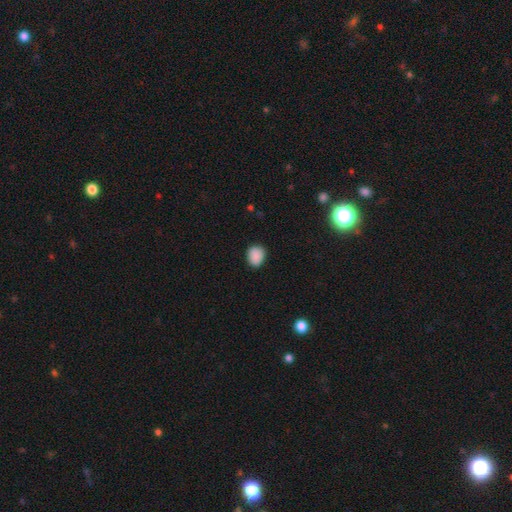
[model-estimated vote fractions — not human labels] smooth-or-featured: smooth: 89% | star or artifact: 8% | featured or disk: 3%
  how-rounded: round: 54% | in between: 45% | cigar-shaped: 1%
  merging: none: 83% | minor disturbance: 13% | major disturbance: 3% | merger: 1%